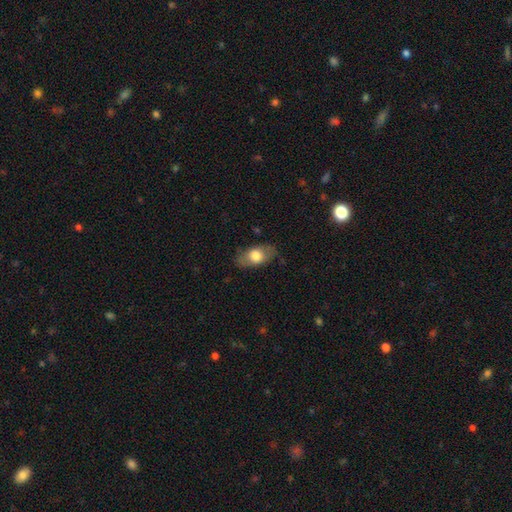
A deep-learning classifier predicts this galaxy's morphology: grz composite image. It shows a smooth galaxy with no disk features (71%) that is in between round and cigar-shaped (89%). Merging: none (77%).